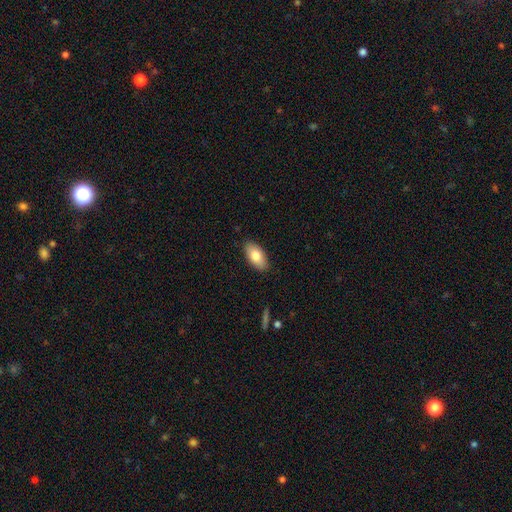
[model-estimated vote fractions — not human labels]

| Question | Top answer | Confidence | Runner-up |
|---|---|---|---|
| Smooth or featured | smooth | 80% | featured or disk (14%) |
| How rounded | in between | 93% | cigar-shaped (3%) |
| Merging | none | 88% | minor disturbance (9%) |